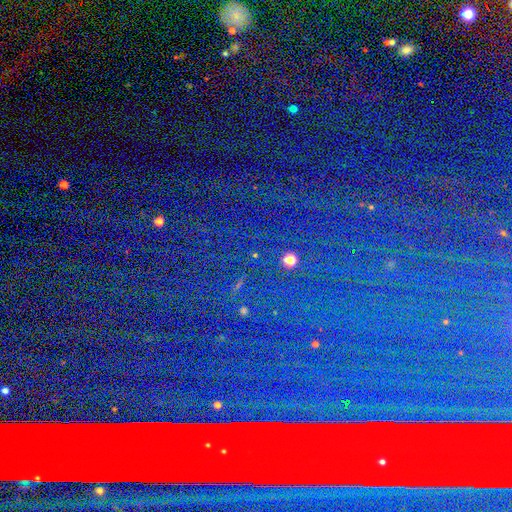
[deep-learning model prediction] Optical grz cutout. It shows a star or artifact, not a galaxy (83%).